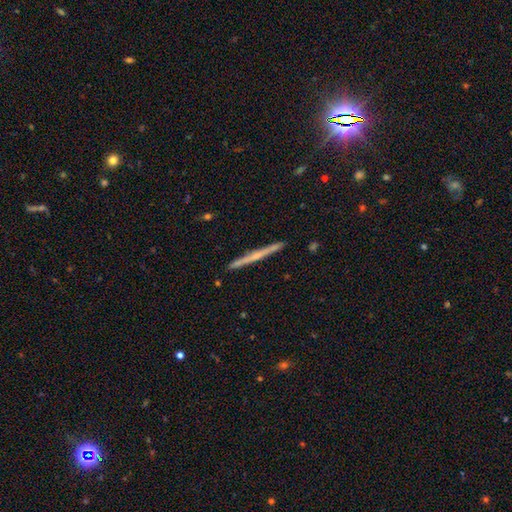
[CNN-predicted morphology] Smooth or featured? featured or disk (70%)
Edge-on disk? yes (98%)
Edge-on bulge? rounded (53%)
Merging? none (92%)